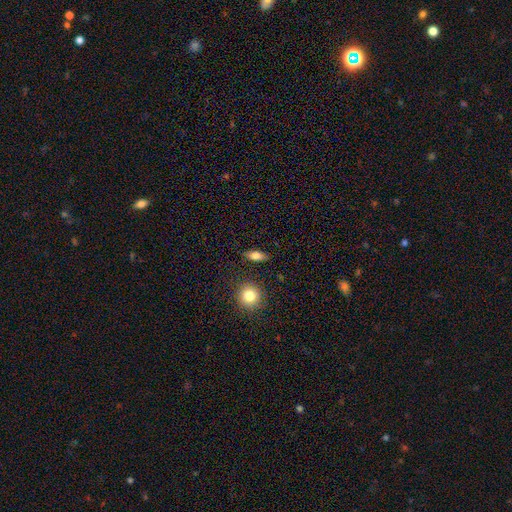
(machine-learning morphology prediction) smooth_or_featured: smooth (p=0.78) [alt: featured or disk p=0.13]
how_rounded: in between (p=0.77) [alt: cigar-shaped p=0.14]
merging: none (p=0.86) [alt: minor disturbance p=0.10]